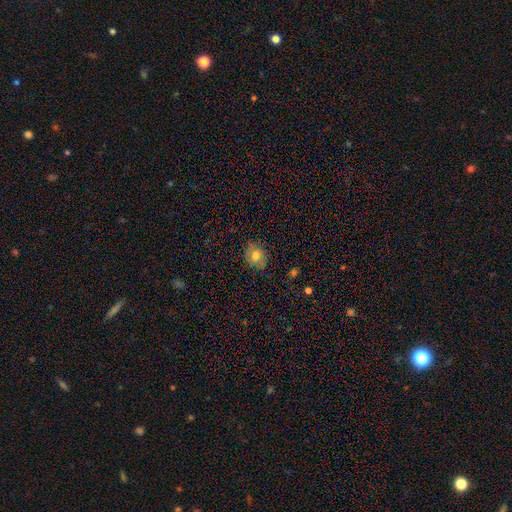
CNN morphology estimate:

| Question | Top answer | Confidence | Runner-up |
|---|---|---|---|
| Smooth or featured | smooth | 74% | featured or disk (14%) |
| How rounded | round | 75% | in between (24%) |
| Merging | none | 82% | minor disturbance (14%) |